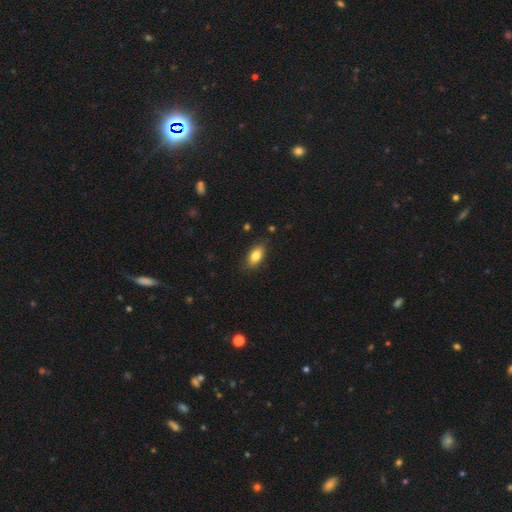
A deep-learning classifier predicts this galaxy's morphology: type=smooth (82%); roundness=in between (89%); merging=none (85%).